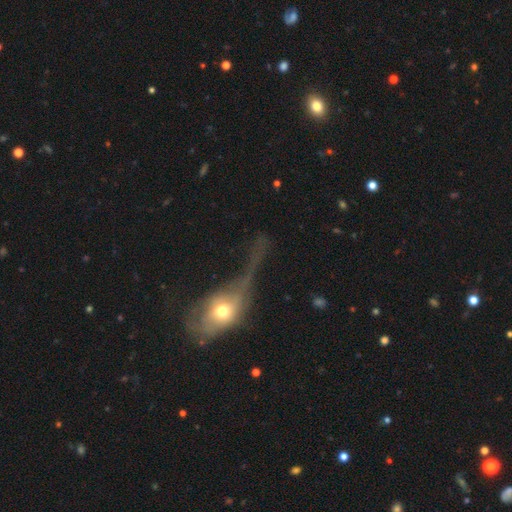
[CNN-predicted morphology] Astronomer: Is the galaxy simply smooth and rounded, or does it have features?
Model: smooth — 43% (runner-up: featured or disk, 39%).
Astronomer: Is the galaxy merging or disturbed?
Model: major disturbance — 54%.